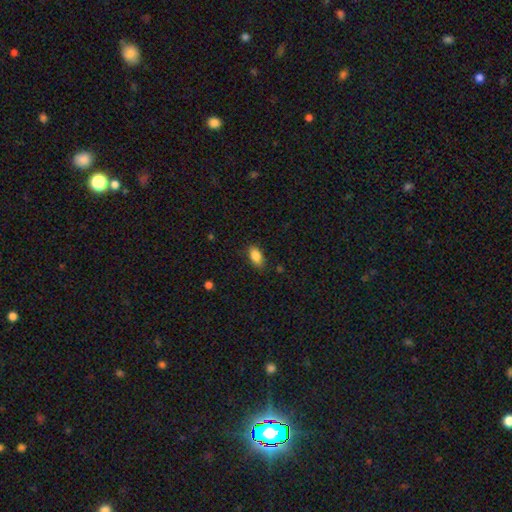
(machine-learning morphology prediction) Overall: smooth (86%). How rounded: in between (89%). Merging: none (82%).